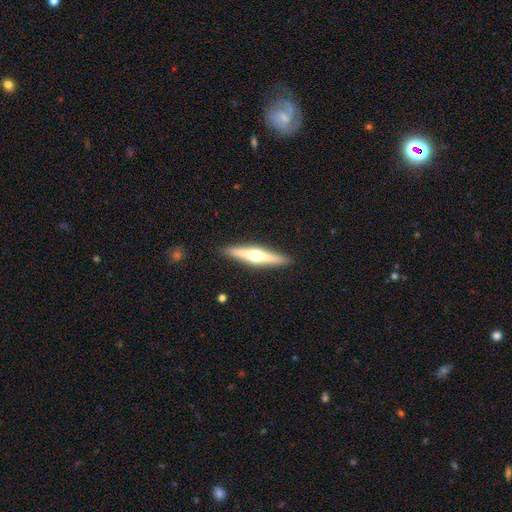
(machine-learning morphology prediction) Q: Smooth or featured?
A: featured or disk (60%); runner-up: smooth (35%)
Q: Edge-on disk?
A: yes (96%); runner-up: no (4%)
Q: Edge-on bulge?
A: rounded (93%); runner-up: none (4%)
Q: Merging?
A: none (91%); runner-up: minor disturbance (7%)